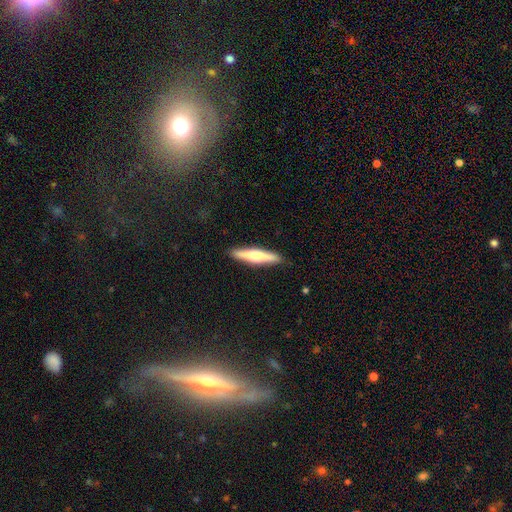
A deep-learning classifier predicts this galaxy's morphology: A smooth galaxy with no disk features (52%) that is cigar-shaped (86%).

Vote fractions:
- Smooth or featured? smooth: 52% / featured or disk: 43% / star or artifact: 5%
- How rounded? cigar-shaped: 86% / in between: 12% / round: 2%
- Merging? none: 90% / minor disturbance: 8% / major disturbance: 2% / merger: 1%